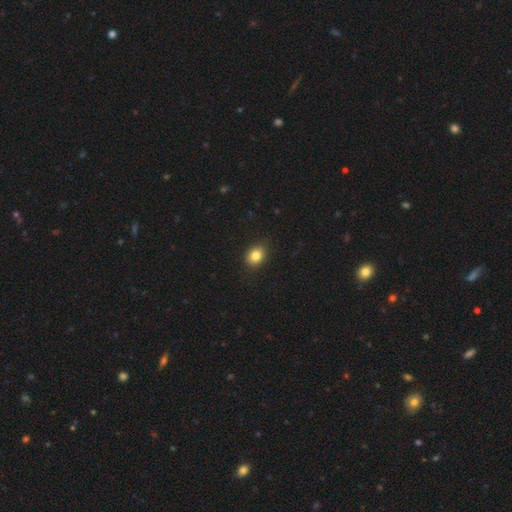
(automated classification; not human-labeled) Smooth or featured?
  - smooth: 83% *
  - star or artifact: 10%
  - featured or disk: 7%
How rounded?
  - in between: 56% *
  - round: 43%
  - cigar-shaped: 1%
Merging?
  - none: 87% *
  - minor disturbance: 10%
  - major disturbance: 2%
  - merger: 1%